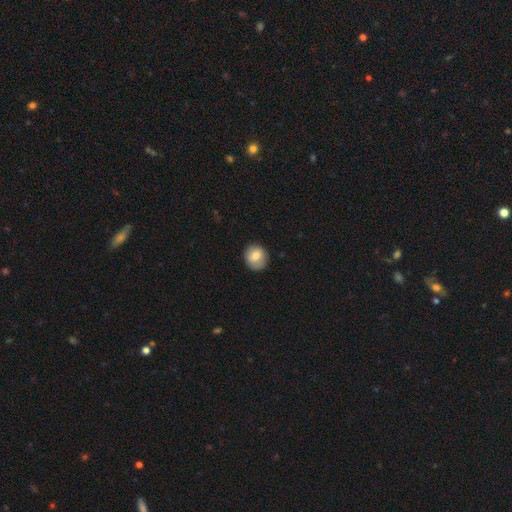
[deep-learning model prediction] Smooth or featured? Predicted: smooth (p=0.77). How rounded? Predicted: round (p=0.86). Merging? Predicted: none (p=0.82).